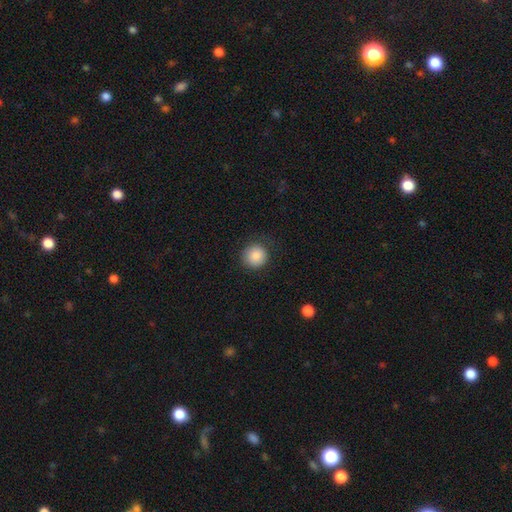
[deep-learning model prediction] Smooth or featured? Predicted: smooth (p=0.87). How rounded? Predicted: round (p=0.93). Merging? Predicted: none (p=0.83).